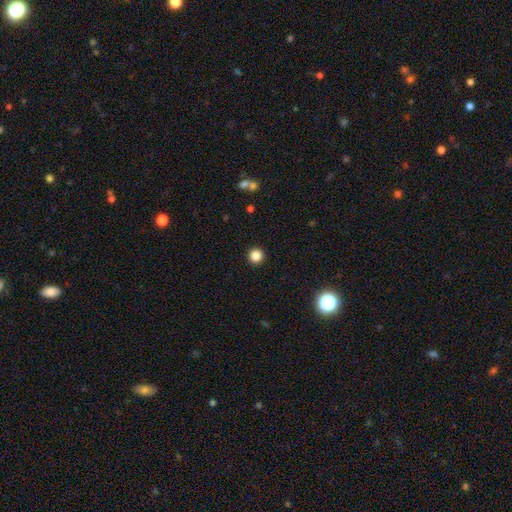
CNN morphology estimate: smooth_or_featured: smooth (p=0.85) [alt: star or artifact p=0.11]
how_rounded: round (p=0.95) [alt: in between p=0.04]
merging: none (p=0.94) [alt: minor disturbance p=0.04]